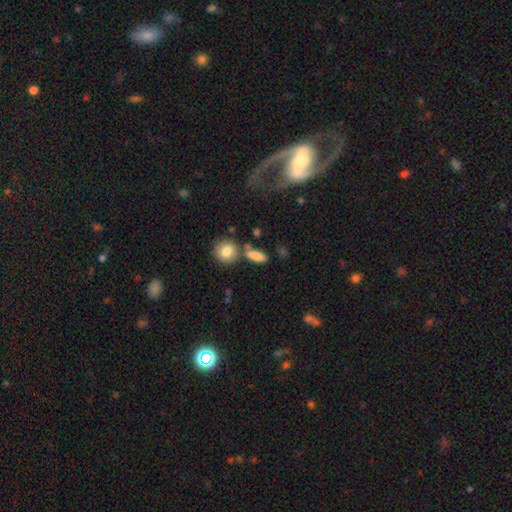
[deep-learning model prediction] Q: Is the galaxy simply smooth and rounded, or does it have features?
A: smooth — 83%.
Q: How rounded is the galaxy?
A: in between — 64%.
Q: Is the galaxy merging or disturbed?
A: none — 66%.